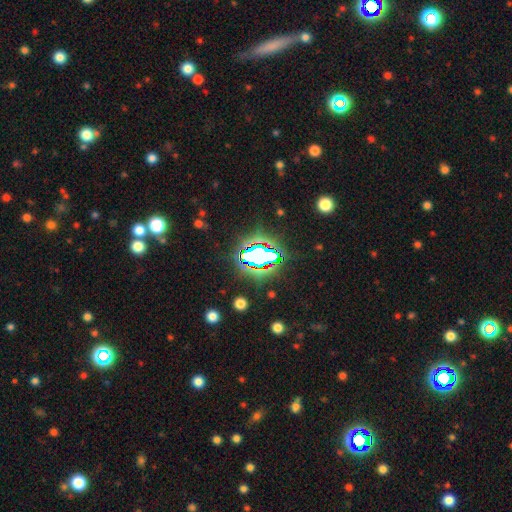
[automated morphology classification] Overall: star or artifact (63%; smooth 23%).